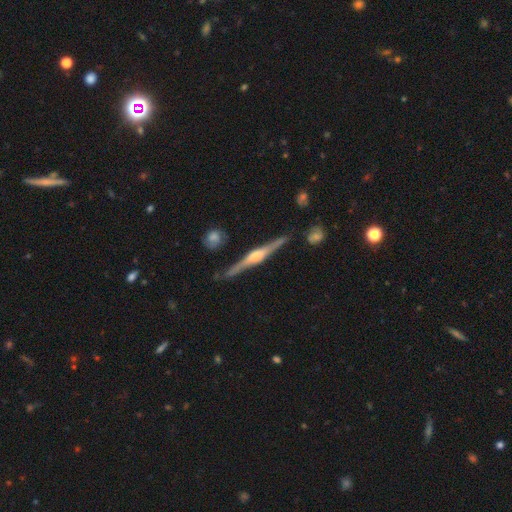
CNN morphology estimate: smooth_or_featured: featured or disk (p=0.82) [alt: smooth p=0.13]
disk_edge_on: yes (p=0.98) [alt: no p=0.02]
edge_on_bulge: rounded (p=0.75) [alt: boxy p=0.19]
merging: none (p=0.86) [alt: minor disturbance p=0.09]